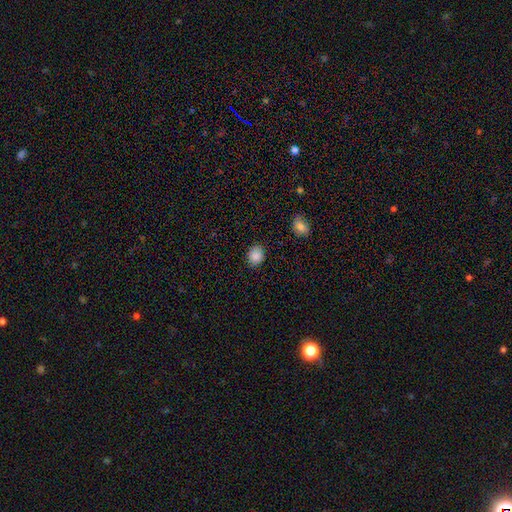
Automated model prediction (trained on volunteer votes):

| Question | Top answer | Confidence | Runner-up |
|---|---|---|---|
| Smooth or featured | smooth | 87% | star or artifact (10%) |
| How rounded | round | 63% | in between (36%) |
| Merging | none | 86% | minor disturbance (10%) |